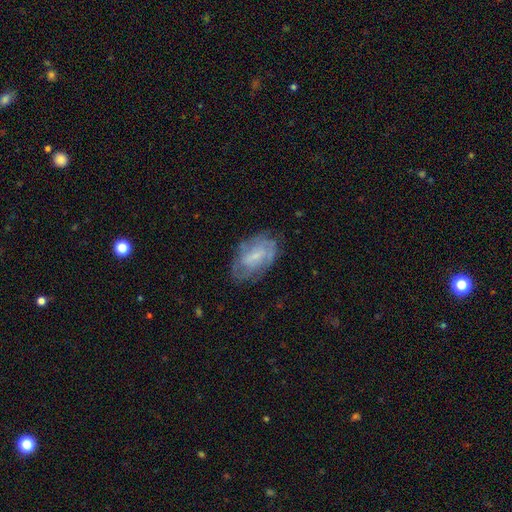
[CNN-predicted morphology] Overall: featured or disk (58%; smooth 34%). Edge-on disk: no (96%). Bar: weak (46%; no 42%). Spiral arms: yes (66%; no 34%). Bulge size: small (53%; moderate 23%). Merging: none (63%; minor disturbance 24%).